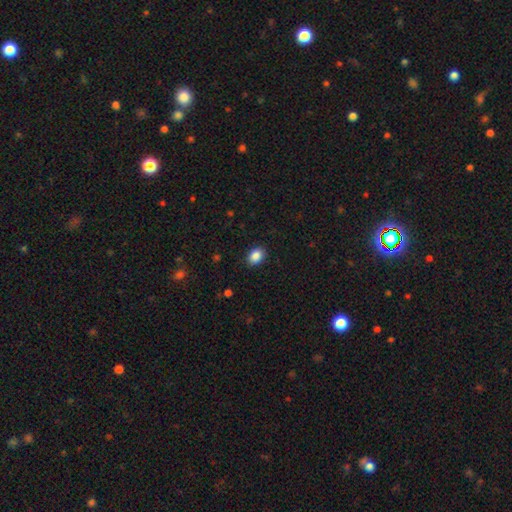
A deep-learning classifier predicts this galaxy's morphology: A smooth galaxy with no disk features (88%) that is in between round and cigar-shaped (67%).

Vote fractions:
- Smooth or featured? smooth: 88% / star or artifact: 8% / featured or disk: 4%
- How rounded? in between: 67% / round: 32% / cigar-shaped: 1%
- Merging? none: 88% / minor disturbance: 8% / major disturbance: 2% / merger: 1%